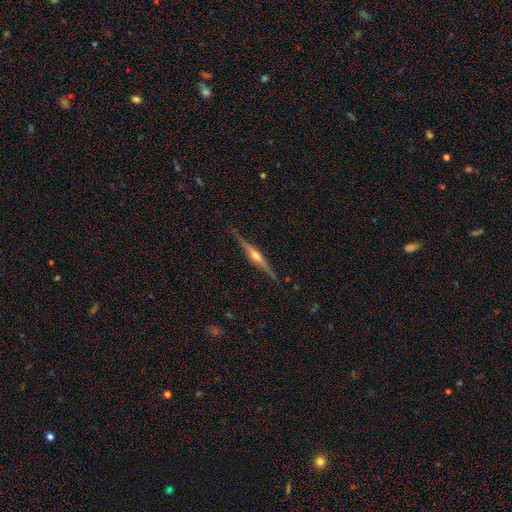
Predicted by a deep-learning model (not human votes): smooth_or_featured: featured or disk (p=0.81) [alt: smooth p=0.13]
disk_edge_on: yes (p=0.98) [alt: no p=0.02]
edge_on_bulge: rounded (p=0.90) [alt: boxy p=0.06]
merging: none (p=0.88) [alt: minor disturbance p=0.09]